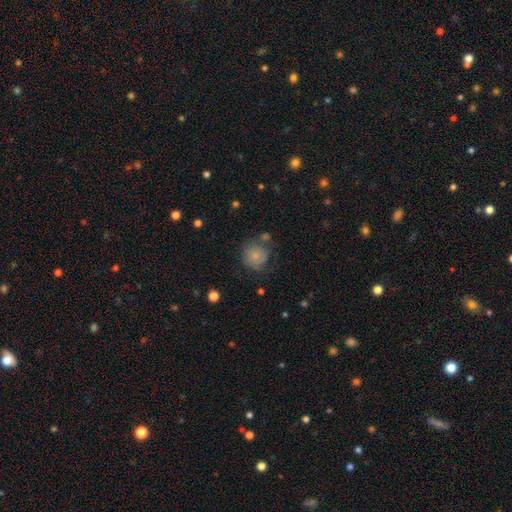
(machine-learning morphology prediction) Smooth or featured: smooth — 76% (featured or disk — 15%)
How rounded: round — 89% (in between — 10%)
Merging: none — 63% (minor disturbance — 22%)